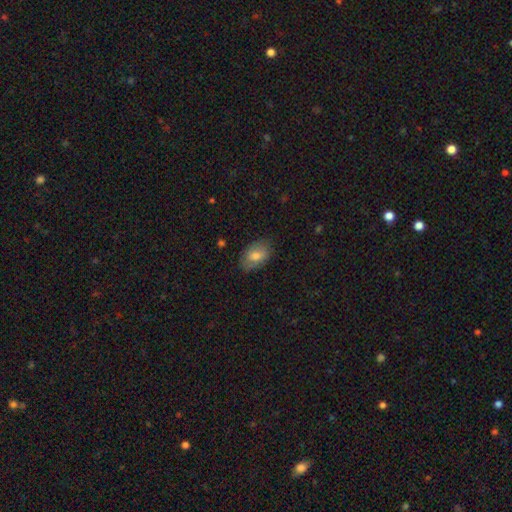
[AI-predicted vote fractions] The model was most divided on "smooth or featured": smooth: 68%, featured or disk: 24%, star or artifact: 9%. More confident: how rounded — in between (89%); merging — none (78%).